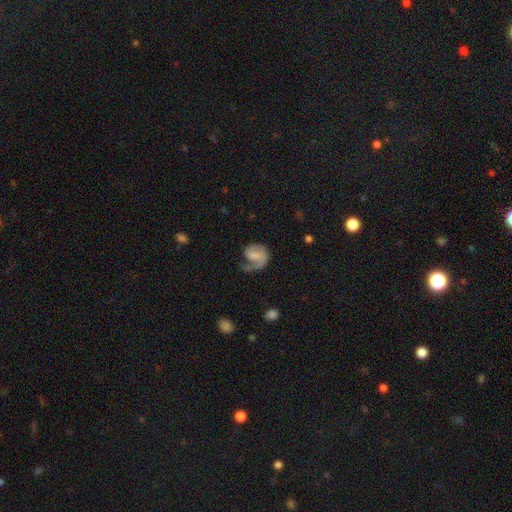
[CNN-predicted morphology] This is likely a featured or disk galaxy (61%). It is clearly not viewed edge-on (98%). Bar: marginally no (44%). Spiral arm pattern: clearly yes (89%). Spiral arm count: likely 1 (69%). Spiral winding: marginally medium (40%). Central bulge: possibly none (50%). Merging: marginally none (40%).